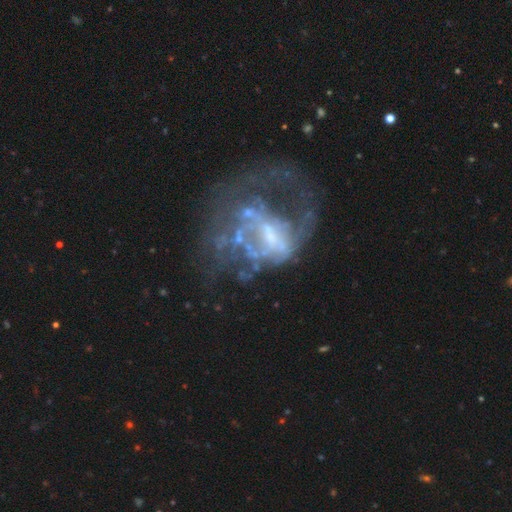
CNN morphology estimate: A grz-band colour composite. It shows a featured or disk galaxy (72%) with no bar (59%), no spiral arms (64%) and no central bulge (40%). Merging: major disturbance (50%).